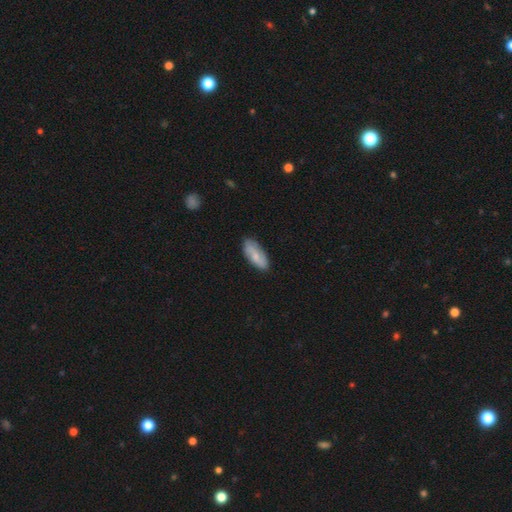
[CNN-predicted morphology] A smooth galaxy with no disk features (59%) that is in between round and cigar-shaped (83%).

Vote fractions:
- Smooth or featured? smooth: 59% / featured or disk: 35% / star or artifact: 6%
- How rounded? in between: 83% / cigar-shaped: 15% / round: 2%
- Merging? none: 81% / minor disturbance: 15% / major disturbance: 3% / merger: 1%